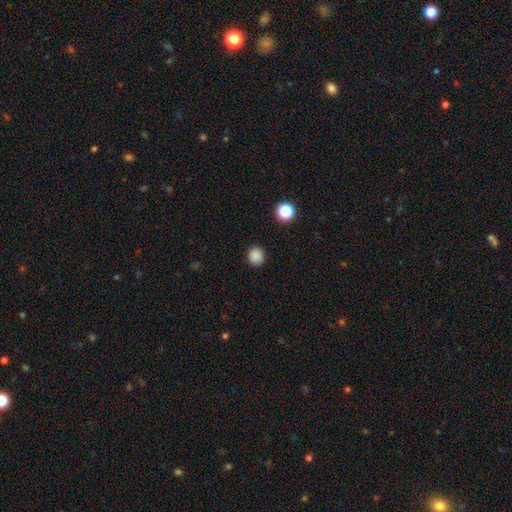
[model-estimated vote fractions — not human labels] This appears to be a smooth galaxy with no disk features (86%) that is round (76%). Merging: none (88%).